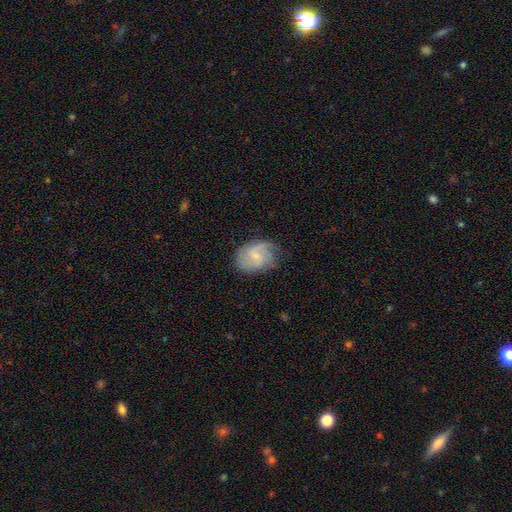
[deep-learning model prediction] This is possibly a featured or disk galaxy (57%). It is clearly not viewed edge-on (97%). Bar: possibly weak (57%). Spiral arm pattern: clearly yes (87%). Central bulge: possibly small (58%). Merging: likely none (63%).